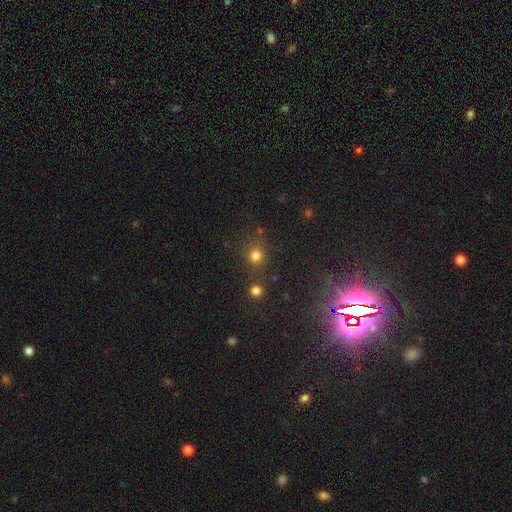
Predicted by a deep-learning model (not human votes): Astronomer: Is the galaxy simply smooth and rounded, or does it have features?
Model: smooth — 75%.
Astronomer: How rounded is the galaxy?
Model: round — 88%.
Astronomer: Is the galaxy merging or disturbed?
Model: none — 72%.